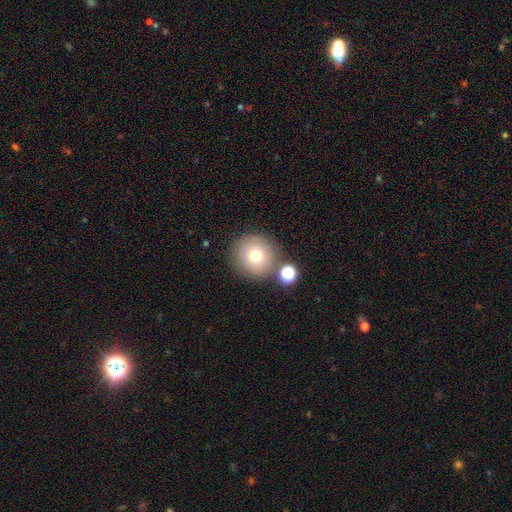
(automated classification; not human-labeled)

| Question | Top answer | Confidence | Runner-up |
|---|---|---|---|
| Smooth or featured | smooth | 72% | featured or disk (16%) |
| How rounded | round | 94% | in between (5%) |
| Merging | none | 77% | minor disturbance (10%) |